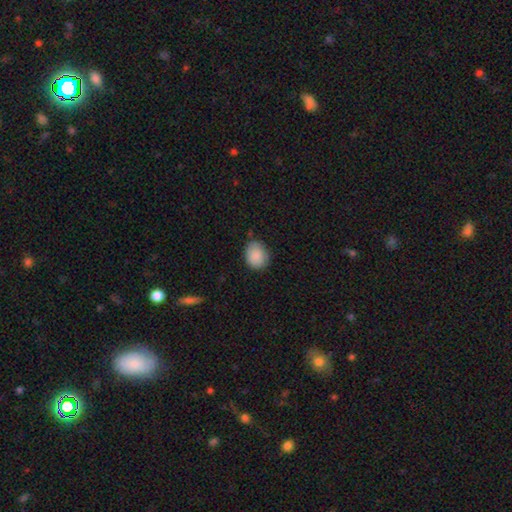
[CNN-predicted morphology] The model was most divided on "how rounded": in between: 53%, round: 46%, cigar-shaped: 1%. More confident: smooth or featured — smooth (87%); merging — none (74%).